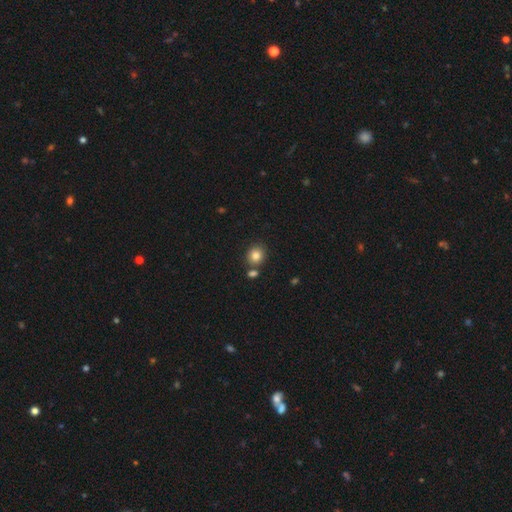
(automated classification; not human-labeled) Q: Smooth or featured?
A: smooth (83%); runner-up: star or artifact (10%)
Q: How rounded?
A: round (79%); runner-up: in between (20%)
Q: Merging?
A: none (72%); runner-up: merger (15%)